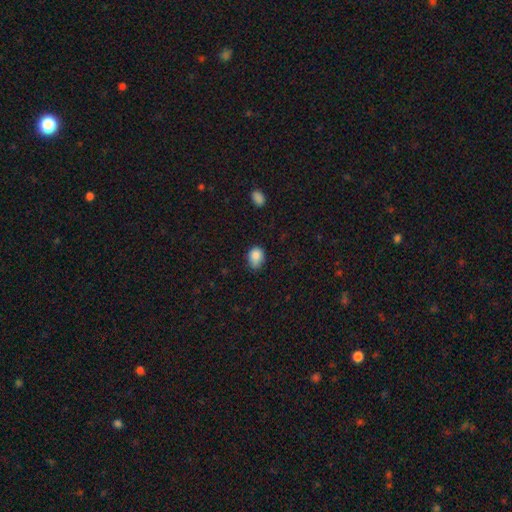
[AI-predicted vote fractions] smooth-or-featured: smooth: 86% | star or artifact: 9% | featured or disk: 5%
  how-rounded: in between: 61% | round: 38% | cigar-shaped: 1%
  merging: none: 60% | minor disturbance: 32% | major disturbance: 6% | merger: 2%